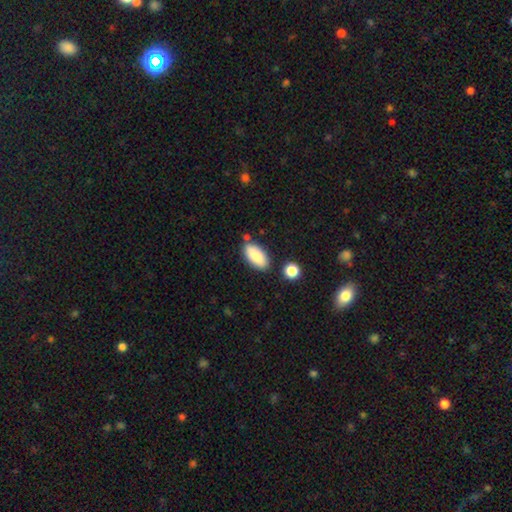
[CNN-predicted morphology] smooth_or_featured: smooth (p=0.86) [alt: featured or disk p=0.08]
how_rounded: in between (p=0.90) [alt: cigar-shaped p=0.08]
merging: none (p=0.78) [alt: minor disturbance p=0.12]